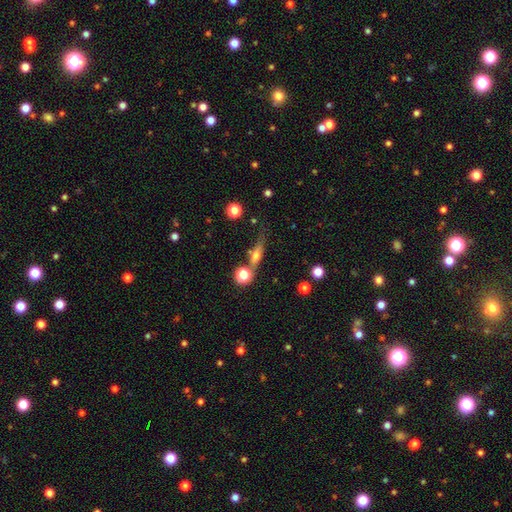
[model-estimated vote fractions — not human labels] A smooth galaxy with no disk features (53%) that is cigar-shaped (53%). Merging: none (58%).